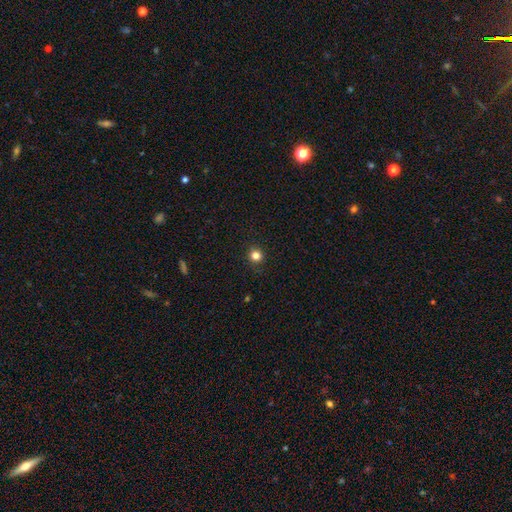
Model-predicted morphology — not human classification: smooth-or-featured: smooth: 81% | star or artifact: 14% | featured or disk: 5%
  how-rounded: round: 92% | in between: 7% | cigar-shaped: 1%
  merging: none: 91% | minor disturbance: 6% | major disturbance: 2% | merger: 1%